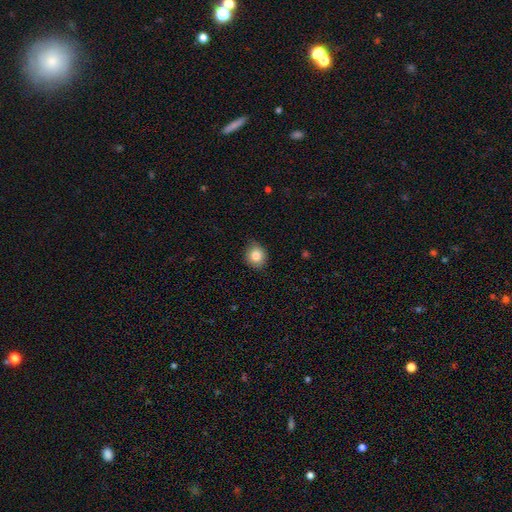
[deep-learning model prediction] Smooth or featured?
  - smooth: 83% *
  - star or artifact: 9%
  - featured or disk: 7%
How rounded?
  - round: 72% *
  - in between: 27%
  - cigar-shaped: 1%
Merging?
  - none: 82% *
  - minor disturbance: 15%
  - major disturbance: 2%
  - merger: 1%